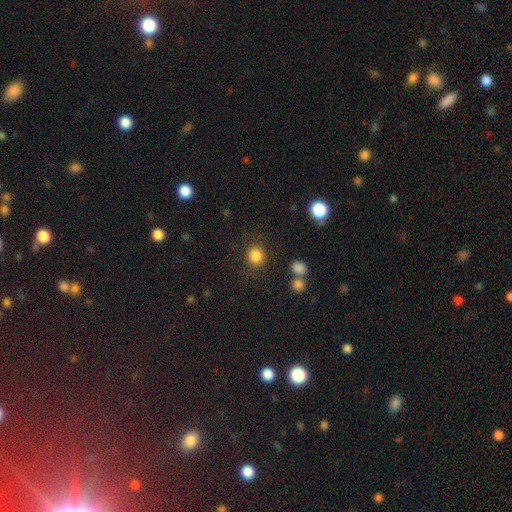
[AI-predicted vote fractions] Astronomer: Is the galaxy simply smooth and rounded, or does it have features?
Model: smooth — 85%.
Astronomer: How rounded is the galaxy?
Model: round — 83%.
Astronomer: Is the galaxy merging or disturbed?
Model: none — 84%.